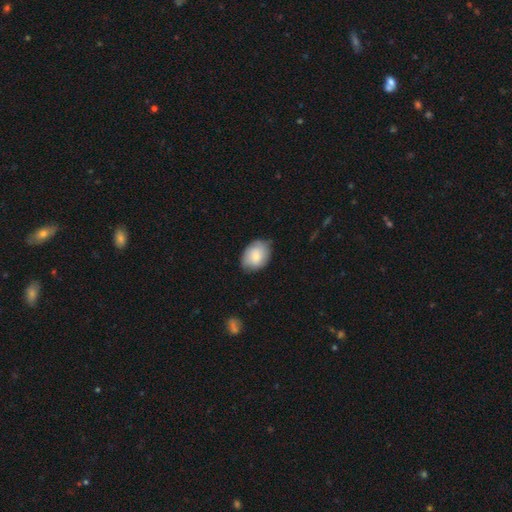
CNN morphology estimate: Overall: smooth (80%). How rounded: in between (71%). Merging: none (71%).